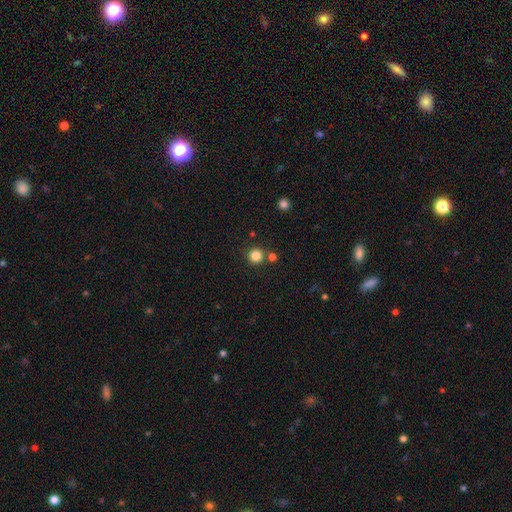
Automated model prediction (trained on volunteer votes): Smooth or featured? Predicted: smooth (p=0.83). How rounded? Predicted: round (p=0.95). Merging? Predicted: none (p=0.82).